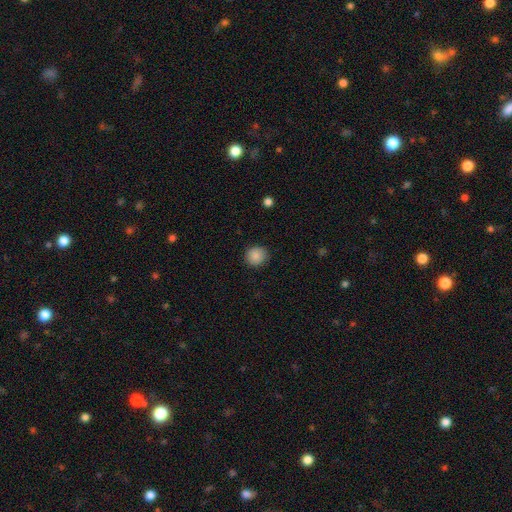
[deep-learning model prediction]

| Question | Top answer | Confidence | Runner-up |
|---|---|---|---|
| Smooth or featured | smooth | 87% | star or artifact (9%) |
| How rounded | round | 88% | in between (11%) |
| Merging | none | 89% | minor disturbance (8%) |